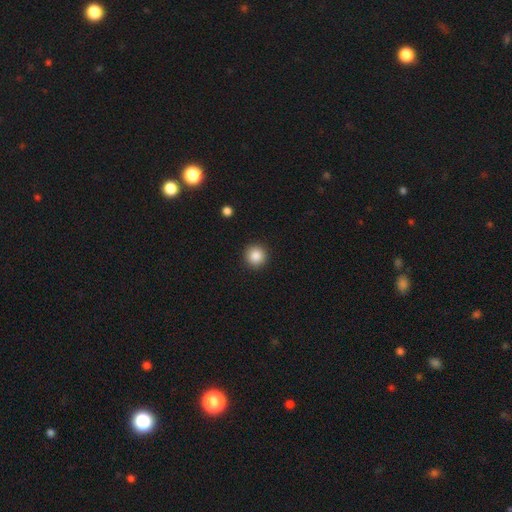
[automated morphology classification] smooth 87%, star or artifact 9%, featured or disk 4%. Down the decision tree: how rounded — round (95%); merging — none (92%).